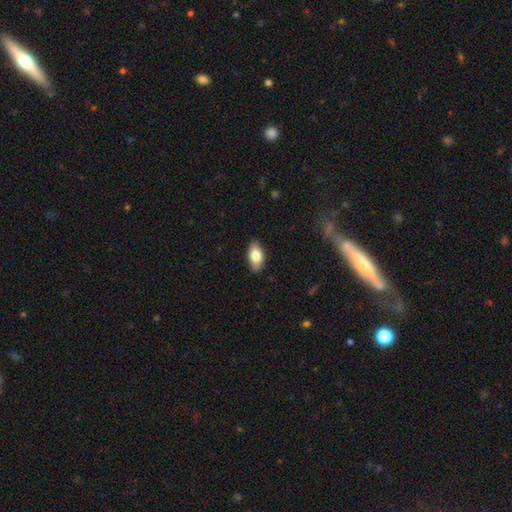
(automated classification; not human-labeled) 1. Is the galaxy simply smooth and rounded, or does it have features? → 79% smooth, 15% featured or disk, 7% star or artifact.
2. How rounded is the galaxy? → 92% in between, 4% round, 4% cigar-shaped.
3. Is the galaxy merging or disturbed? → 86% none, 11% minor disturbance, 2% major disturbance, 1% merger.